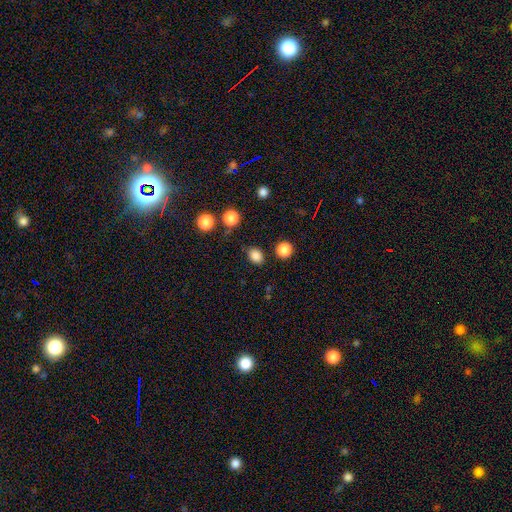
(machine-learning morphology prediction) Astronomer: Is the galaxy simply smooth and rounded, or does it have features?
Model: smooth — 84%.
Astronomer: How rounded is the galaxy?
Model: in between — 50% (runner-up: round, 49%).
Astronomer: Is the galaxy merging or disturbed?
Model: none — 84%.